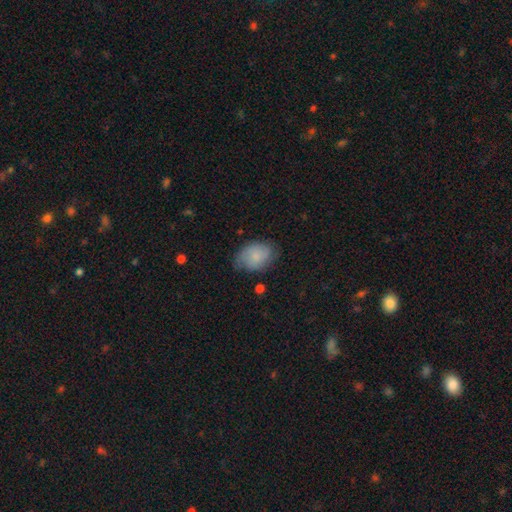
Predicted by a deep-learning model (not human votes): smooth_or_featured: smooth (p=0.77) [alt: featured or disk p=0.16]
how_rounded: in between (p=0.78) [alt: round p=0.20]
merging: none (p=0.64) [alt: minor disturbance p=0.27]